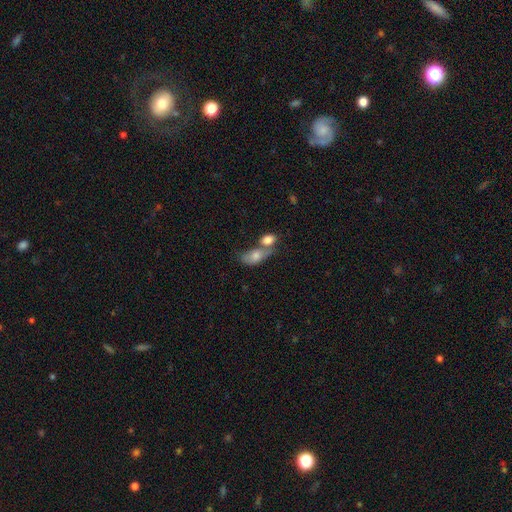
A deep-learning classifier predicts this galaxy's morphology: This appears to be a smooth galaxy with no disk features (74%) that is in between round and cigar-shaped (85%). Merging: merger (66%).